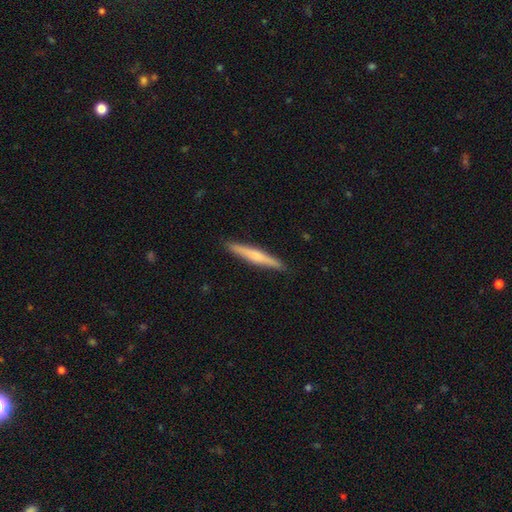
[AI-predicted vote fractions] smooth_or_featured: featured or disk (p=0.48) [alt: smooth p=0.47]
merging: none (p=0.91) [alt: minor disturbance p=0.06]